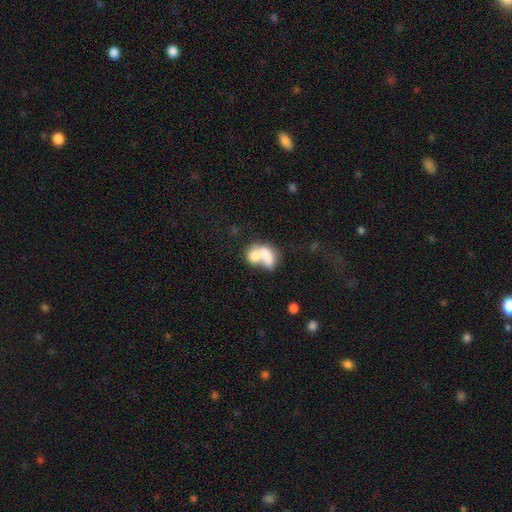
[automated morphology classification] Smooth or featured? Predicted: smooth (p=0.68). How rounded? Predicted: in between (p=0.72). Merging? Predicted: merger (p=0.71).